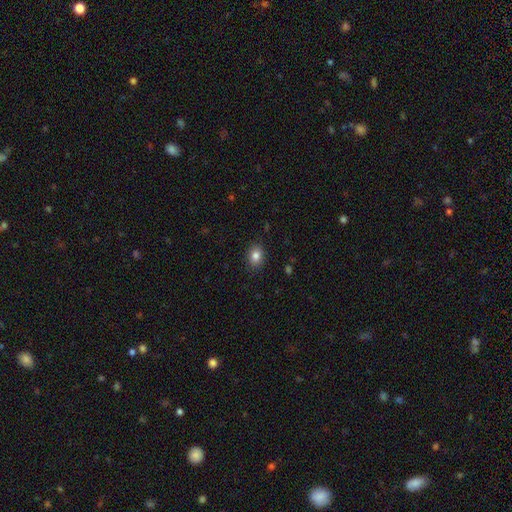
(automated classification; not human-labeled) A smooth galaxy with no disk features (83%) that is in between round and cigar-shaped (62%). Merging: none (88%).